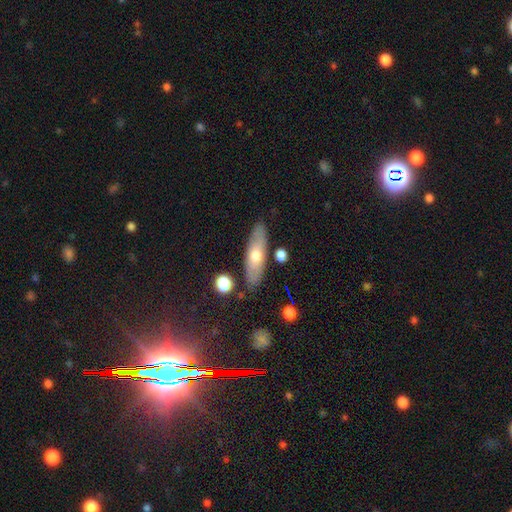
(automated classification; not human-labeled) A smooth galaxy with no disk features (50%) that is cigar-shaped (54%). Merging: none (85%).